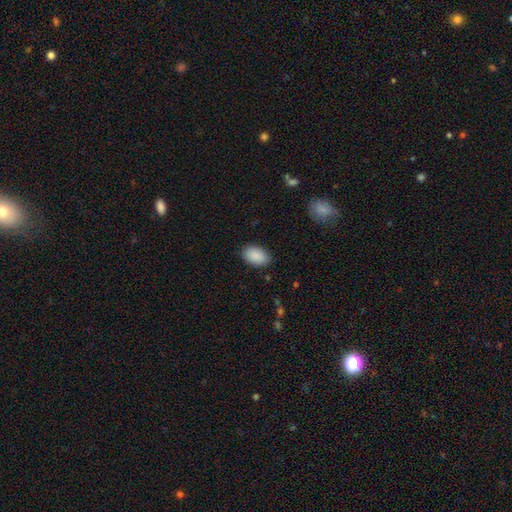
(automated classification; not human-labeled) This is clearly a smooth galaxy (90%). How rounded: clearly in between (92%). Merging: clearly none (87%).